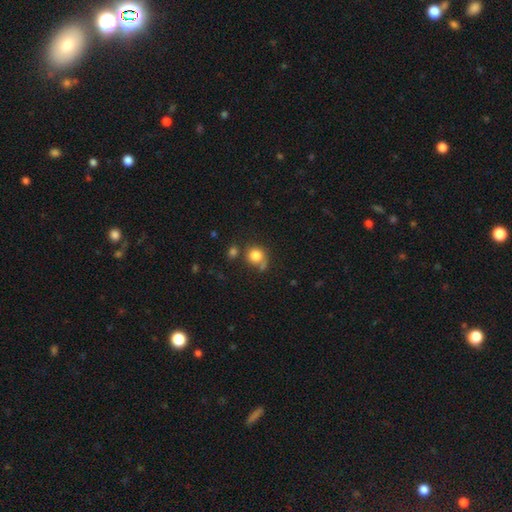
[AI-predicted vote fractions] Smooth or featured: smooth — 82% (star or artifact — 10%)
How rounded: round — 85% (in between — 14%)
Merging: none — 56% (merger — 19%)